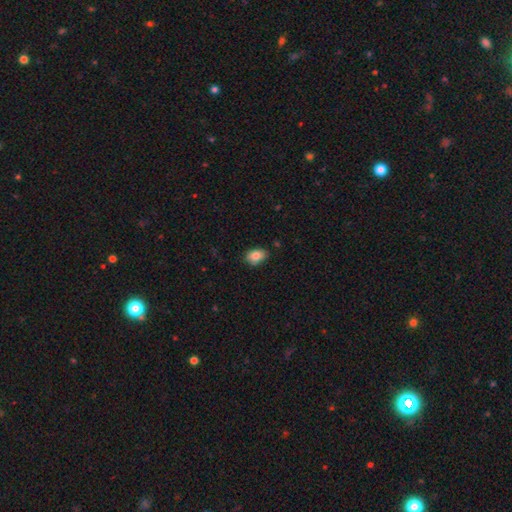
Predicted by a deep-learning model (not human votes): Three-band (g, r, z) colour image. It shows a smooth galaxy with no disk features (86%) that is in between round and cigar-shaped (83%). Merging: none (79%).